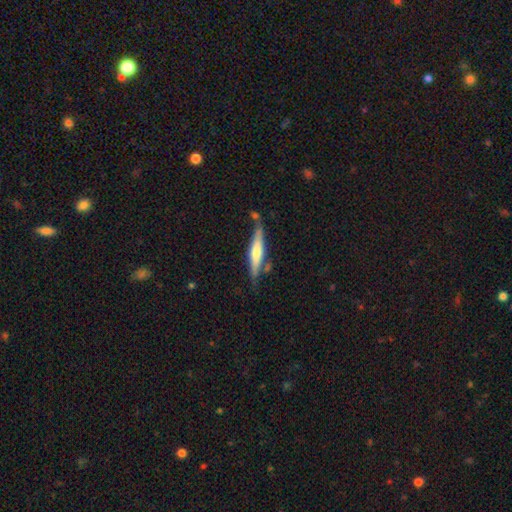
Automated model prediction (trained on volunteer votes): Smooth or featured? Predicted: smooth (p=0.48). Merging? Predicted: none (p=0.63).